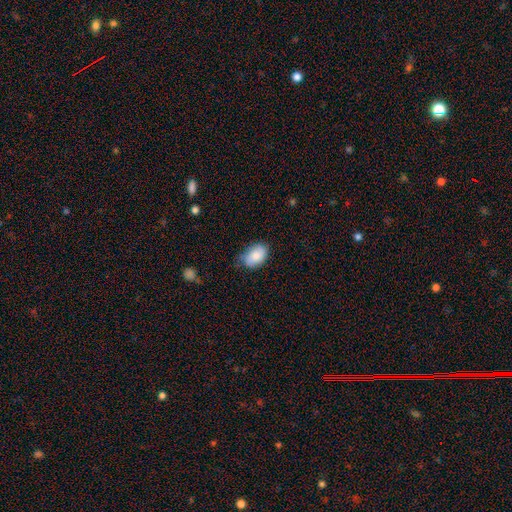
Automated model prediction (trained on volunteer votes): Smooth or featured? smooth (83%)
How rounded? in between (88%)
Merging? none (64%)